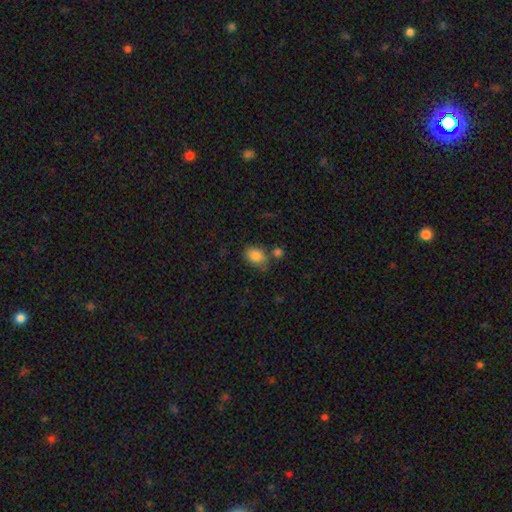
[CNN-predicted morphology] This is clearly a smooth galaxy (84%). How rounded: likely in between (74%). Merging: possibly none (58%).